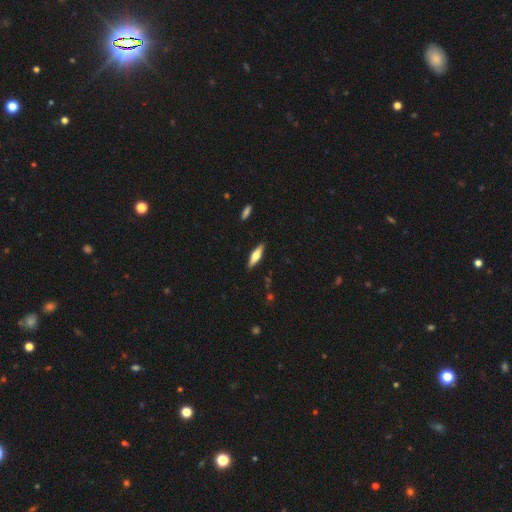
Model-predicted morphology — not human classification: Q: Smooth or featured?
A: smooth (52%); runner-up: featured or disk (42%)
Q: How rounded?
A: cigar-shaped (61%); runner-up: in between (37%)
Q: Merging?
A: none (88%); runner-up: minor disturbance (9%)